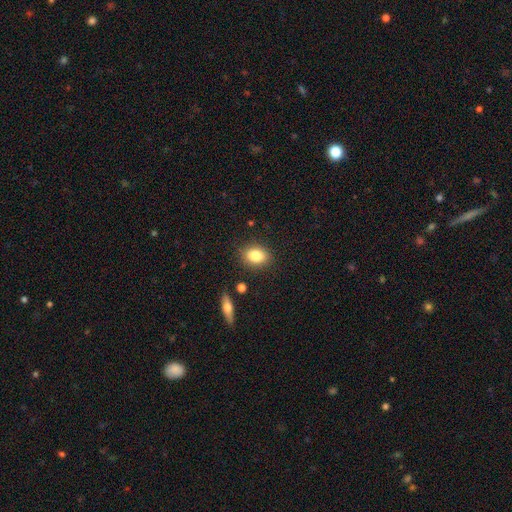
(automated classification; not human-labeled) smooth 83%, star or artifact 9%, featured or disk 8%. Down the decision tree: how rounded — in between (70%); merging — none (84%).